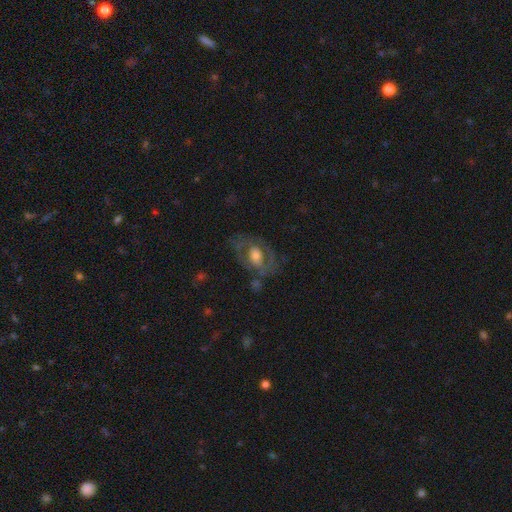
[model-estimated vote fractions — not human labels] Q: Smooth or featured?
A: featured or disk (63%); runner-up: smooth (30%)
Q: Edge-on disk?
A: no (94%); runner-up: yes (6%)
Q: Bar?
A: no (68%); runner-up: weak (24%)
Q: Spiral arms?
A: yes (52%); runner-up: no (48%)
Q: Bulge size?
A: moderate (51%); runner-up: large (30%)
Q: Merging?
A: none (58%); runner-up: minor disturbance (19%)